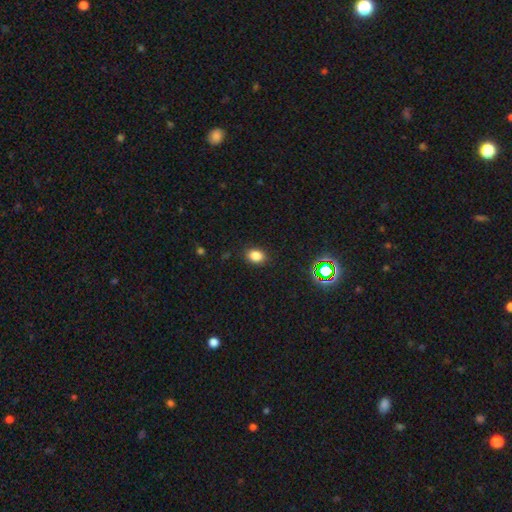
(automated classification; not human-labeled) Q: Smooth or featured?
A: smooth (82%); runner-up: star or artifact (13%)
Q: How rounded?
A: in between (63%); runner-up: round (36%)
Q: Merging?
A: none (88%); runner-up: minor disturbance (9%)